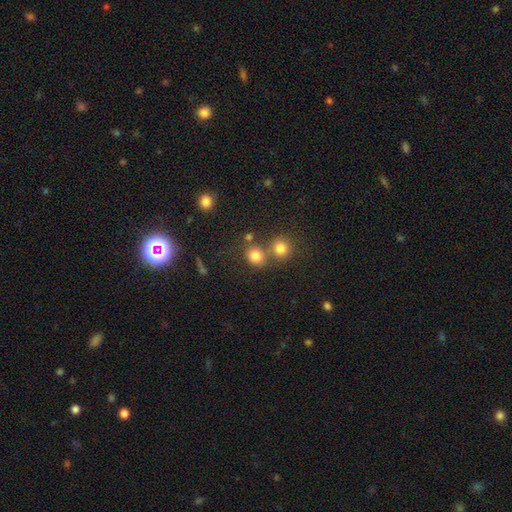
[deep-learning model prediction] Q: Smooth or featured?
A: smooth (79%); runner-up: star or artifact (14%)
Q: How rounded?
A: round (75%); runner-up: in between (24%)
Q: Merging?
A: none (58%); runner-up: merger (29%)